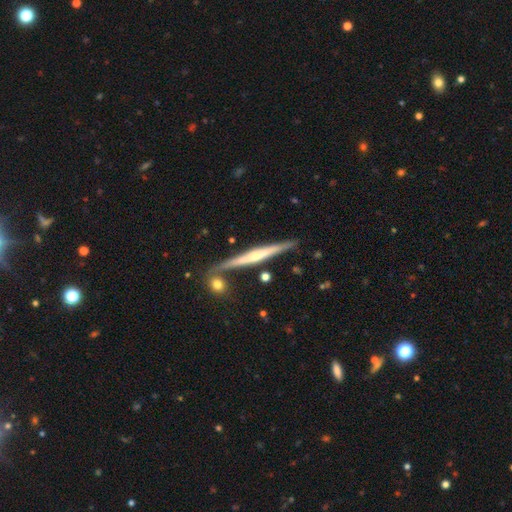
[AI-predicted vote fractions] Smooth or featured? featured or disk (67%)
Edge-on disk? yes (96%)
Edge-on bulge? rounded (58%)
Merging? none (79%)